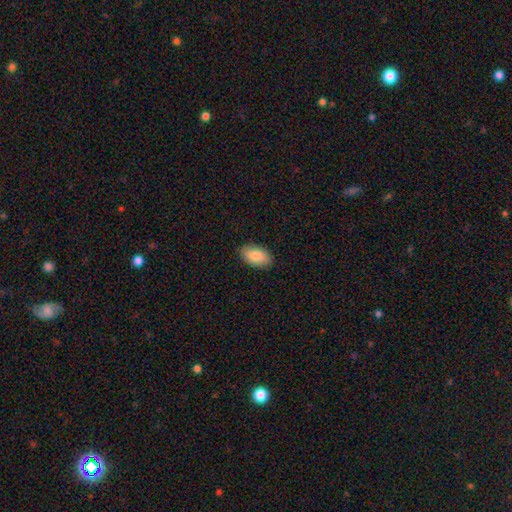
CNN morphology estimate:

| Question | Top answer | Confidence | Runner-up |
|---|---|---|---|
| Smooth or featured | smooth | 85% | featured or disk (9%) |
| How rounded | in between | 94% | round (4%) |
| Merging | none | 89% | minor disturbance (9%) |